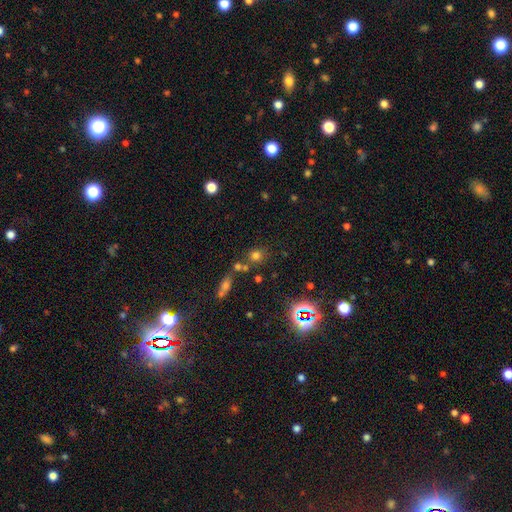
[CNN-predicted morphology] Q: Smooth or featured?
A: smooth (67%); runner-up: star or artifact (24%)
Q: How rounded?
A: round (81%); runner-up: in between (17%)
Q: Merging?
A: none (65%); runner-up: merger (20%)